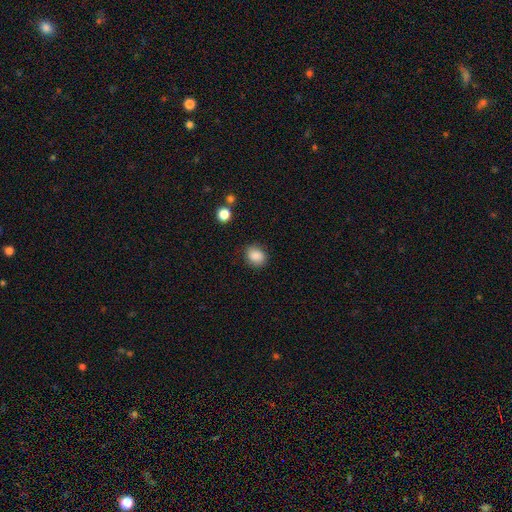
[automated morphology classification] type=smooth (87%); roundness=round (55%); merging=none (82%).